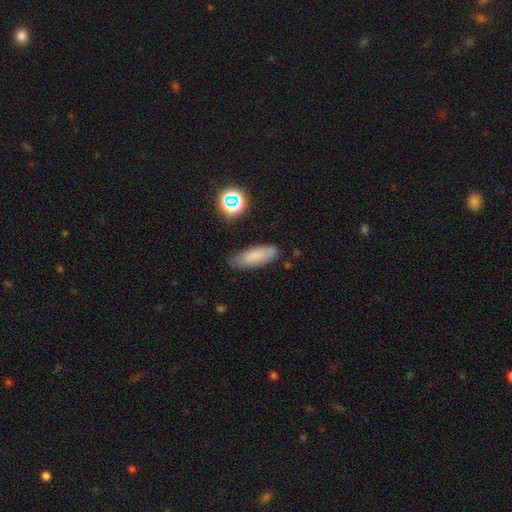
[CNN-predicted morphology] Q: Smooth or featured?
A: smooth (78%); runner-up: featured or disk (11%)
Q: How rounded?
A: in between (66%); runner-up: cigar-shaped (31%)
Q: Merging?
A: none (78%); runner-up: minor disturbance (16%)